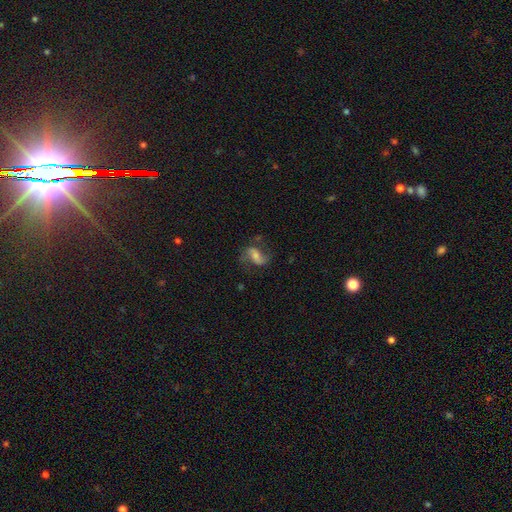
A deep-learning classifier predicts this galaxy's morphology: This is likely a featured or disk galaxy (65%). It is clearly not viewed edge-on (96%). Bar: marginally weak (40%). Spiral arm pattern: clearly yes (90%). Spiral arm count: clearly 2 (88%). Spiral winding: possibly loose (55%). Central bulge: marginally moderate (43%). Merging: likely none (62%).